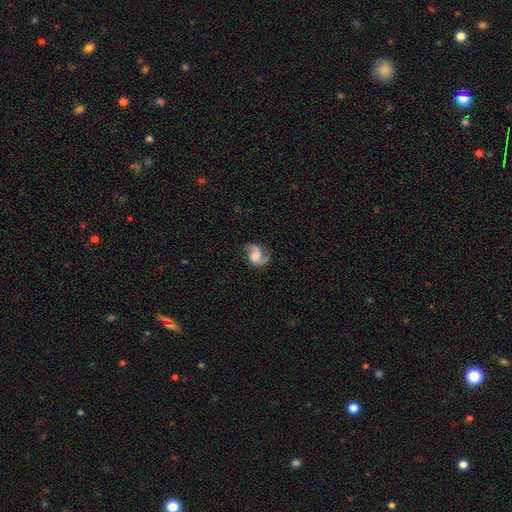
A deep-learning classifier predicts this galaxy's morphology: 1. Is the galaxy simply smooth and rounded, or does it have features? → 79% featured or disk, 14% smooth, 7% star or artifact.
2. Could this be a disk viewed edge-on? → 98% no, 2% yes.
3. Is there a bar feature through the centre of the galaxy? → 56% no, 36% weak, 8% strong.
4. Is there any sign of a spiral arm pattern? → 95% yes, 5% no.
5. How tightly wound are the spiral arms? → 48% loose, 41% medium, 10% tight.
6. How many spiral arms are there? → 85% 2, 9% 1, 3% can't tell, 1% 3, 1% 4, 1% more than 4.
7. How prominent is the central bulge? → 29% large, 28% moderate, 23% none, 16% small, 4% dominant.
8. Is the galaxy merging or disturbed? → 65% none, 19% minor disturbance, 14% major disturbance, 2% merger.